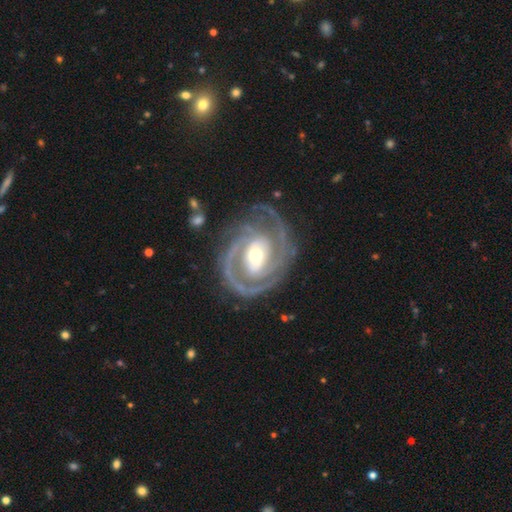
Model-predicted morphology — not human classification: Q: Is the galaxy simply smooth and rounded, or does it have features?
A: featured or disk — 92%.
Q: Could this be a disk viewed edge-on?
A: no — 98%.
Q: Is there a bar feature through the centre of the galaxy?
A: no — 42%.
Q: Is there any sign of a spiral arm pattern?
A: yes — 98%.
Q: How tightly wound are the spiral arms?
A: tight — 63%.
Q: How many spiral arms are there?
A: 2 — 56%.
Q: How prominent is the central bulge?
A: moderate — 65%.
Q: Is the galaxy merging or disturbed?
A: none — 74%.